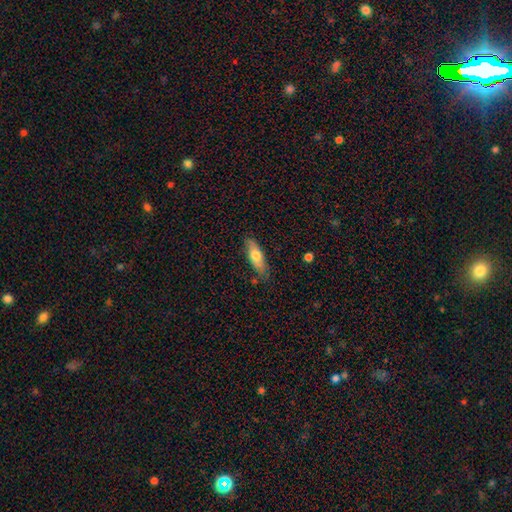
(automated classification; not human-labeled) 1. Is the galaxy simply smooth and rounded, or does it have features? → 67% smooth, 27% featured or disk, 6% star or artifact.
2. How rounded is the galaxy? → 60% in between, 37% cigar-shaped, 2% round.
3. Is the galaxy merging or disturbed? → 79% none, 16% minor disturbance, 3% major disturbance, 2% merger.